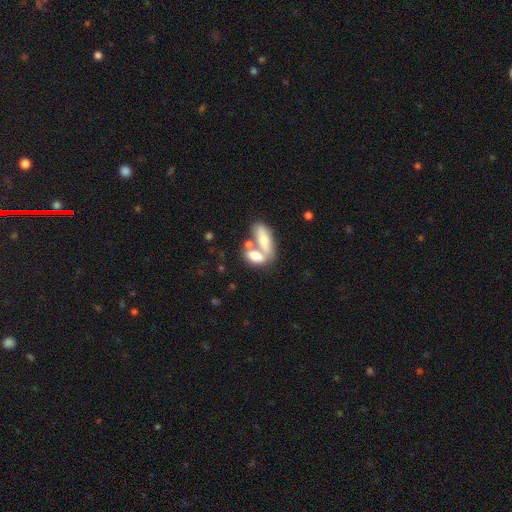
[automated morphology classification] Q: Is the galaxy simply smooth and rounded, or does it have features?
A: smooth — 69%.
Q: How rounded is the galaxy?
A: in between — 83%.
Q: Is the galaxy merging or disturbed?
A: merger — 64%.